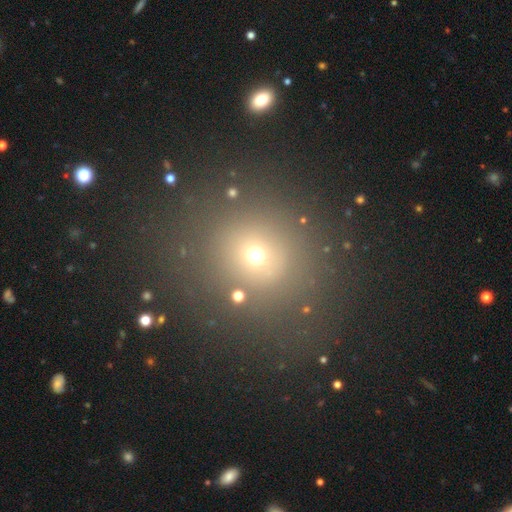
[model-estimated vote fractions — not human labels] Smooth or featured: smooth — 61% (star or artifact — 29%)
How rounded: round — 82% (in between — 17%)
Merging: none — 81% (minor disturbance — 9%)